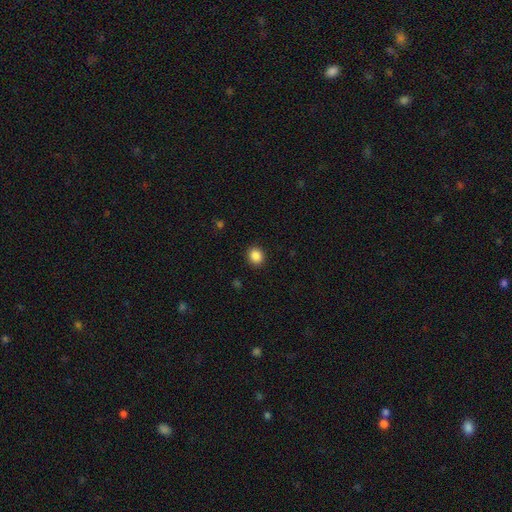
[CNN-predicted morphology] smooth-or-featured: smooth: 87% | star or artifact: 9% | featured or disk: 3%
  how-rounded: round: 75% | in between: 24% | cigar-shaped: 1%
  merging: none: 91% | minor disturbance: 6% | major disturbance: 2% | merger: 1%